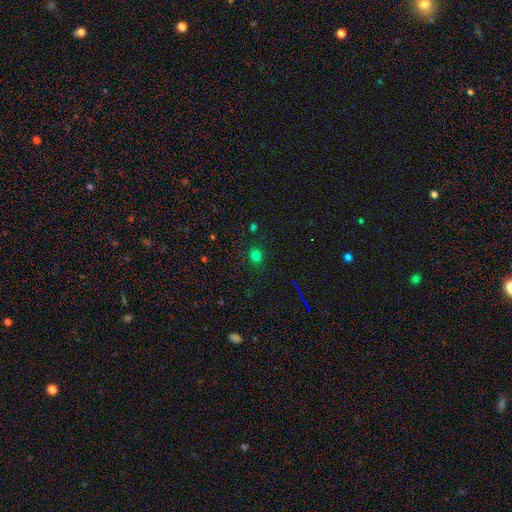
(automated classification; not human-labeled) A smooth galaxy with no disk features (76%) that is round (71%). Merging: none (87%).